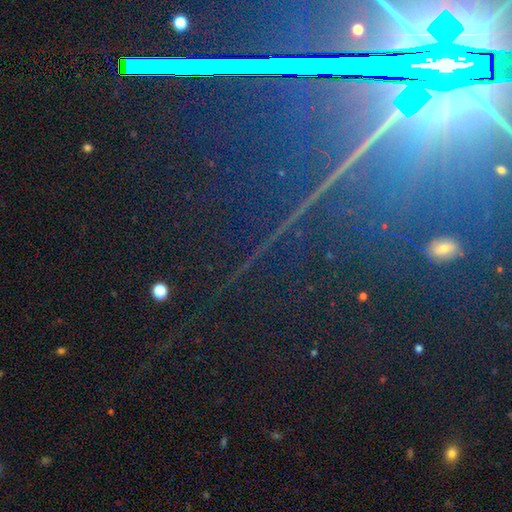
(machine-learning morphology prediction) Q: Smooth or featured?
A: star or artifact (86%); runner-up: featured or disk (8%)